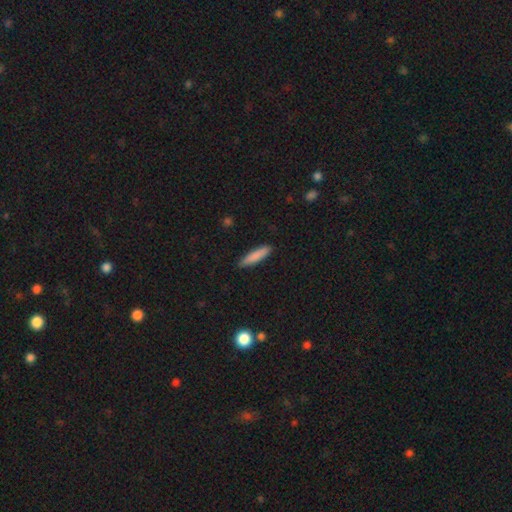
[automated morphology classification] This appears to be a smooth galaxy with no disk features (84%) that is cigar-shaped (82%). Merging: none (88%).